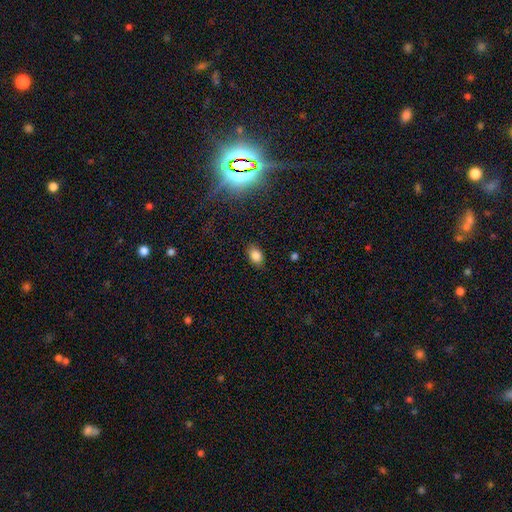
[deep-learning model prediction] Overall: smooth (83%). How rounded: in between (80%). Merging: none (85%).